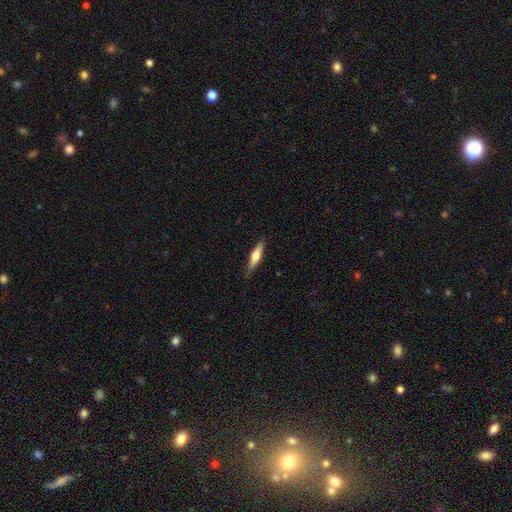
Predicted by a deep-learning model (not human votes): A smooth galaxy with no disk features (60%) that is cigar-shaped (76%). Merging: none (82%).